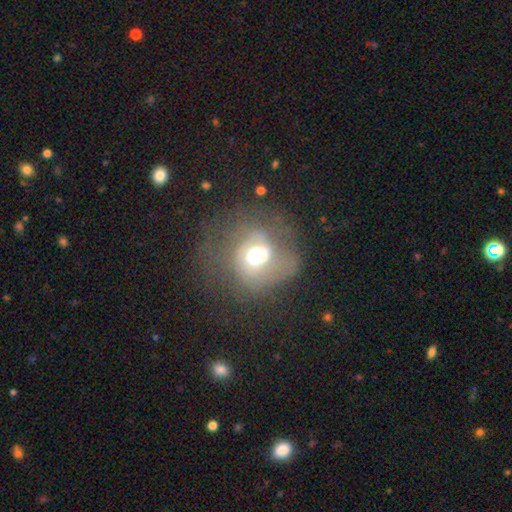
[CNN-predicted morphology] This appears to be a featured or disk galaxy (49%). Merging: major disturbance (36%).